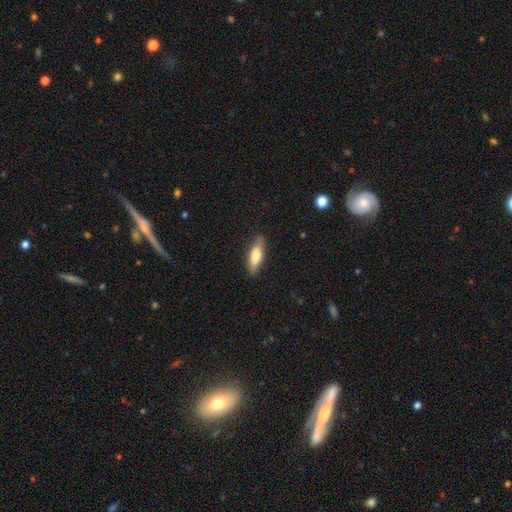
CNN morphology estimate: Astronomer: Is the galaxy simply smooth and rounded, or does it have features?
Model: smooth — 71%.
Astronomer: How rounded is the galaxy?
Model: cigar-shaped — 51% (runner-up: in between, 47%).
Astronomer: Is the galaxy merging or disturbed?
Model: none — 83%.